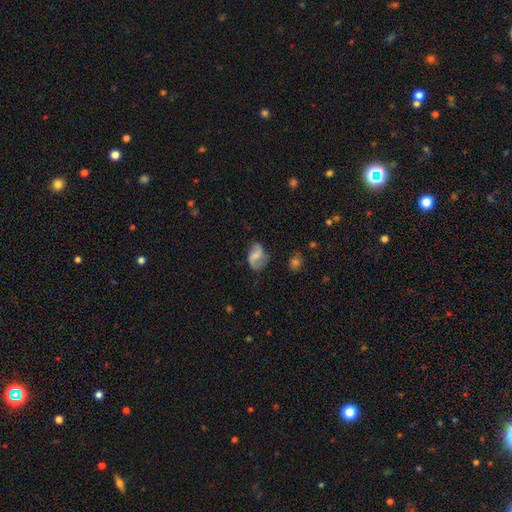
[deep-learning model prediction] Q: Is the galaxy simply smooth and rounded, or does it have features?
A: featured or disk — 60%.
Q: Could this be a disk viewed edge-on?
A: no — 97%.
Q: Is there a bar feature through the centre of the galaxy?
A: weak — 46%.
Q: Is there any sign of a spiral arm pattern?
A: yes — 89%.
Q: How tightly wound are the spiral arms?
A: loose — 56%.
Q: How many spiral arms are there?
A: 2 — 85%.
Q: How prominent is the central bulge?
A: none — 38%.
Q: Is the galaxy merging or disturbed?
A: none — 62%.